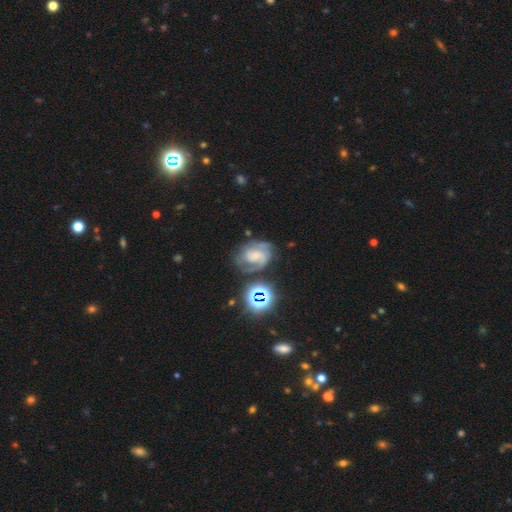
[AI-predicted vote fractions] Smooth or featured: featured or disk — 72% (smooth — 15%)
Edge-on disk: no — 98% (yes — 2%)
Bar: no — 54% (weak — 36%)
Spiral arms: yes — 90% (no — 10%)
Spiral winding: medium — 44% (tight — 43%)
Spiral arm count: 2 — 52% (can't tell — 20%)
Bulge size: none — 31% (small — 29%)
Merging: none — 56% (minor disturbance — 22%)